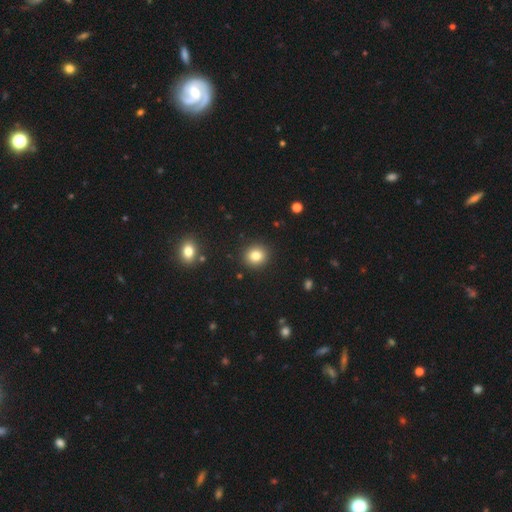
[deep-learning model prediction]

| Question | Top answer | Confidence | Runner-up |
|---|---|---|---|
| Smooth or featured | smooth | 82% | star or artifact (11%) |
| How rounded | round | 86% | in between (13%) |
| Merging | none | 91% | minor disturbance (5%) |